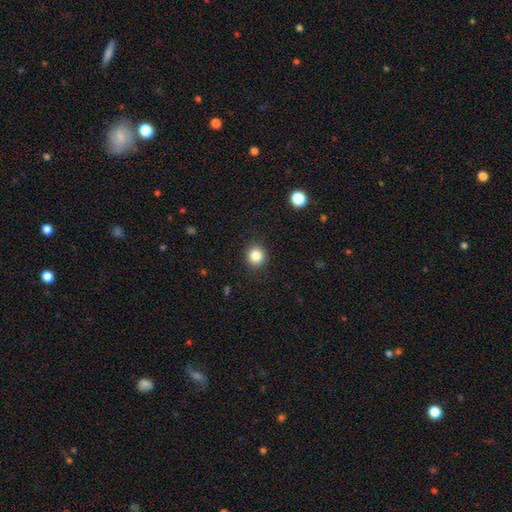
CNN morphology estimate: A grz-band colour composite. It shows a smooth galaxy with no disk features (84%) that is round (90%). Merging: none (91%).